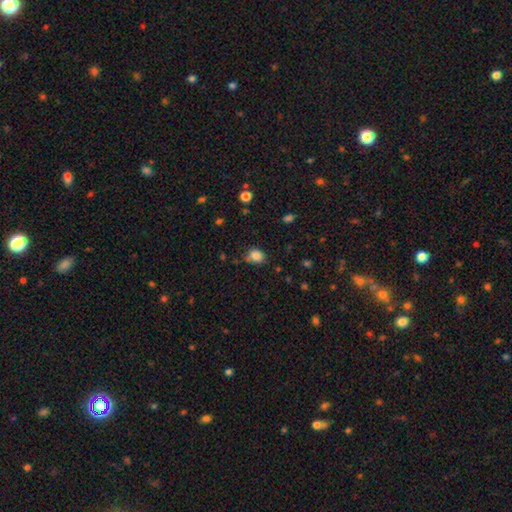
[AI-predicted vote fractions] smooth-or-featured: smooth: 84% | star or artifact: 11% | featured or disk: 5%
  how-rounded: round: 51% | in between: 48% | cigar-shaped: 1%
  merging: none: 66% | minor disturbance: 24% | major disturbance: 5% | merger: 5%